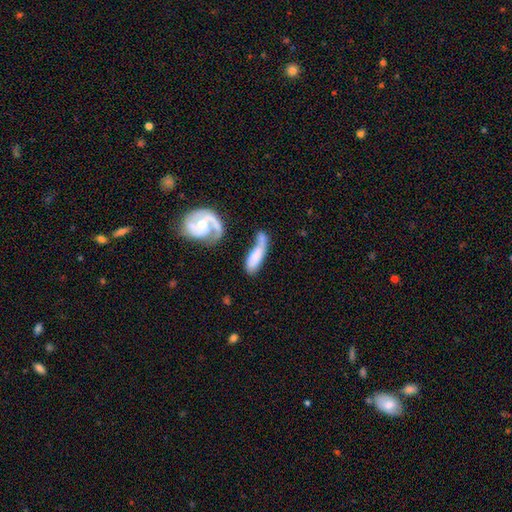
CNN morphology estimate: type=smooth (57%); roundness=cigar-shaped (49%, tied with in between); merging=merger (28%).